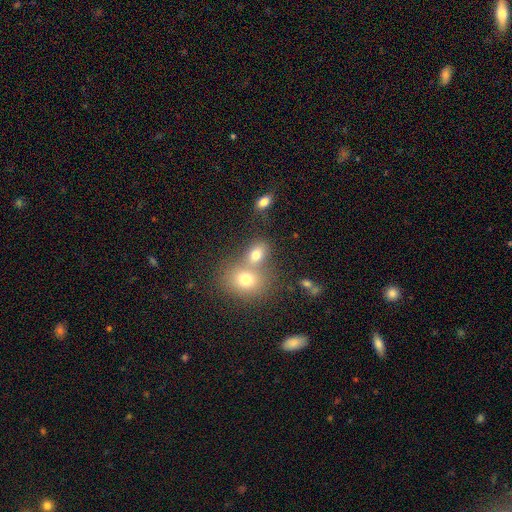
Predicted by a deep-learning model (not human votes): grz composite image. It shows a smooth galaxy with no disk features (70%) that is in between round and cigar-shaped (55%). Merging: merger (49%).